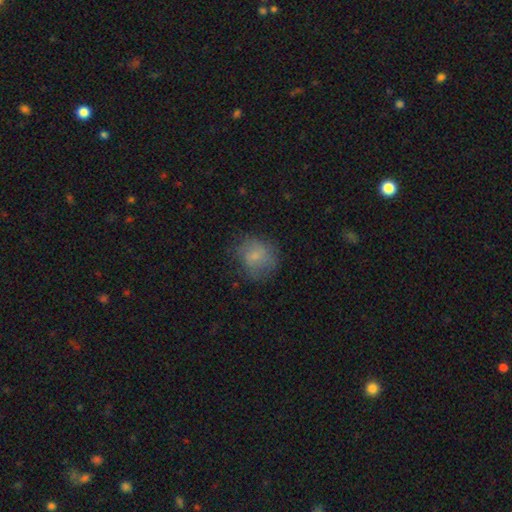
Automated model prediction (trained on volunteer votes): Smooth or featured: smooth — 70% (featured or disk — 20%)
How rounded: round — 72% (in between — 27%)
Merging: none — 62% (minor disturbance — 24%)